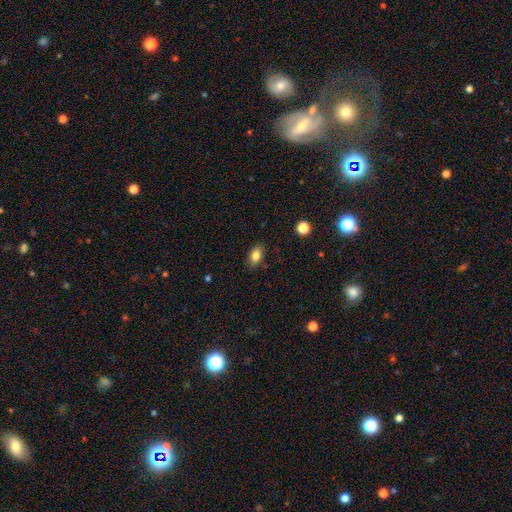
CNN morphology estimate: Smooth or featured? Predicted: smooth (p=0.83). How rounded? Predicted: in between (p=0.84). Merging? Predicted: none (p=0.85).